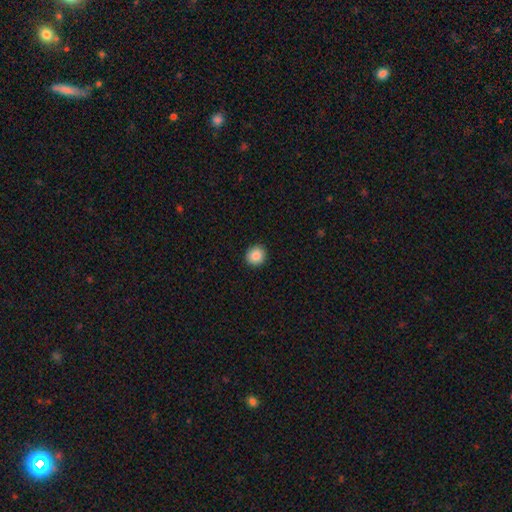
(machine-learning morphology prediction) A smooth galaxy with no disk features (88%) that is round (88%).

Vote fractions:
- Smooth or featured? smooth: 88% / star or artifact: 9% / featured or disk: 3%
- How rounded? round: 88% / in between: 11% / cigar-shaped: 1%
- Merging? none: 92% / minor disturbance: 5% / major disturbance: 2% / merger: 1%